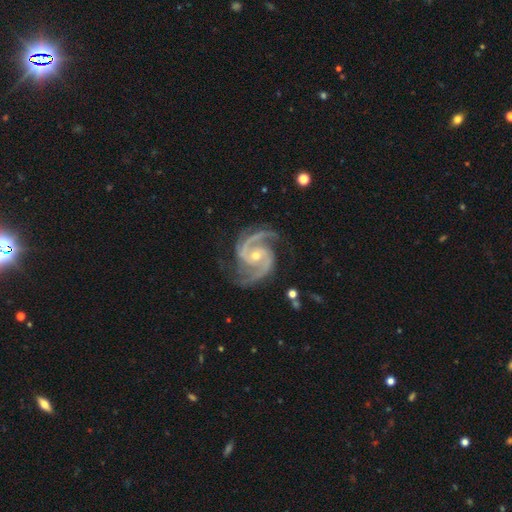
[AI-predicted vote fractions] This is clearly a featured or disk galaxy (94%). It is clearly not viewed edge-on (98%). Bar: possibly no (51%). Spiral arm pattern: clearly yes (99%). Spiral arm count: likely 2 (73%). Spiral winding: likely medium (61%). Central bulge: possibly small (55%). Merging: likely none (76%).